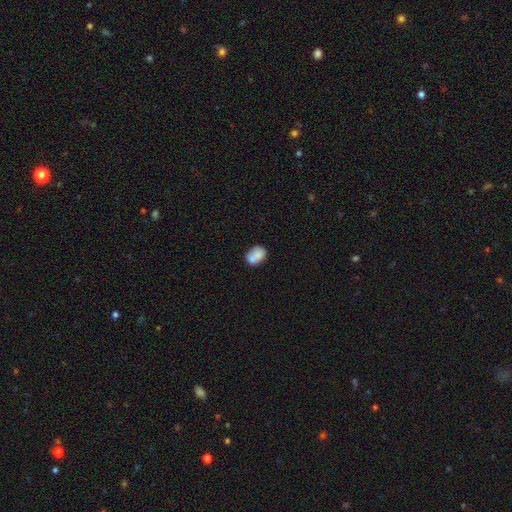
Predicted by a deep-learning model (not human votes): Smooth or featured? smooth (75%)
How rounded? in between (57%)
Merging? merger (46%)